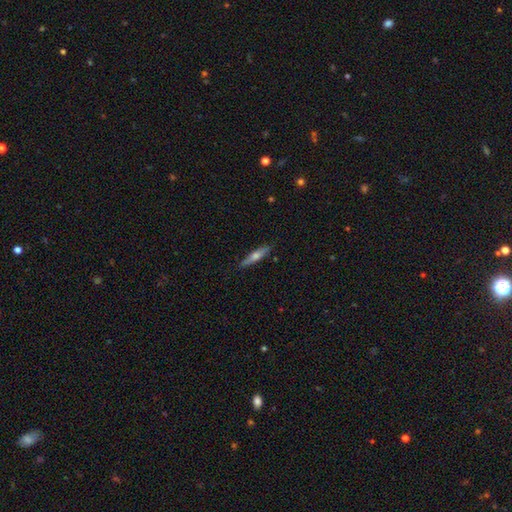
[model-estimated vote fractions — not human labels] Smooth or featured? featured or disk (47%)
Merging? none (87%)